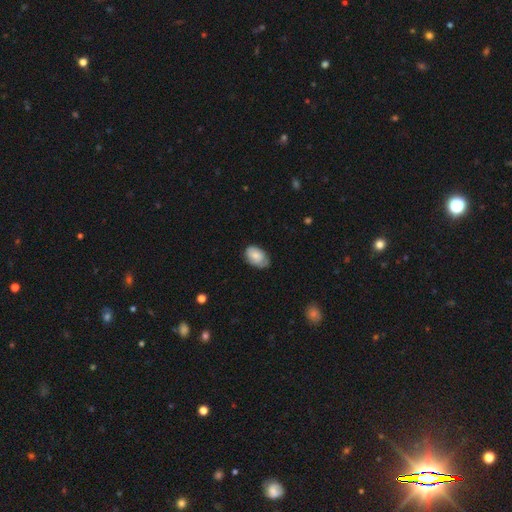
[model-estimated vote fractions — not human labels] Smooth or featured: smooth — 76% (featured or disk — 17%)
How rounded: in between — 89% (round — 10%)
Merging: none — 57% (minor disturbance — 34%)